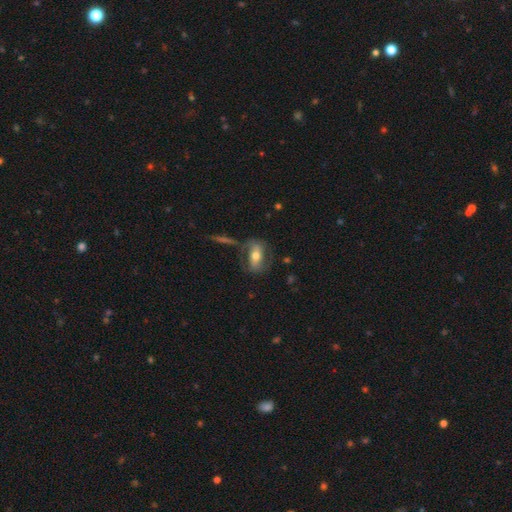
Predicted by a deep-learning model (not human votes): A featured or disk galaxy (56%).

Vote fractions:
- Smooth or featured? featured or disk: 56% / smooth: 36% / star or artifact: 7%
- Edge-on disk? no: 85% / yes: 15%
- Merging? none: 61% / minor disturbance: 17% / major disturbance: 13% / merger: 9%